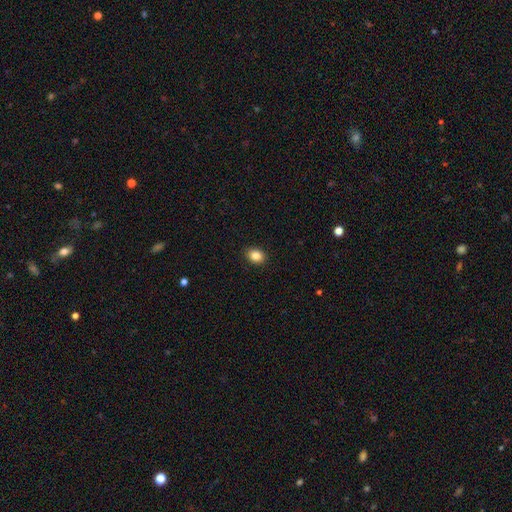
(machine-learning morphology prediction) Q: Smooth or featured?
A: smooth (85%); runner-up: star or artifact (9%)
Q: How rounded?
A: in between (63%); runner-up: round (36%)
Q: Merging?
A: none (91%); runner-up: minor disturbance (7%)